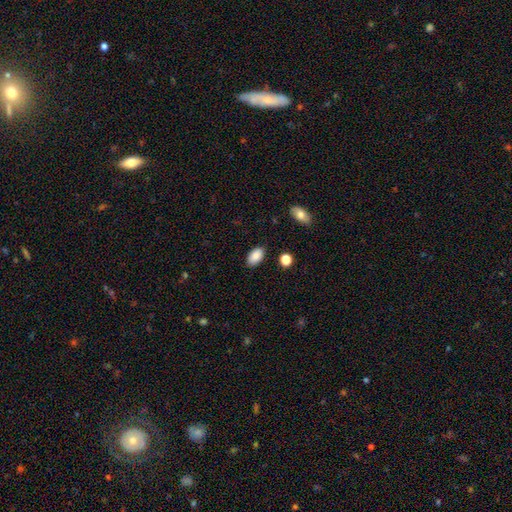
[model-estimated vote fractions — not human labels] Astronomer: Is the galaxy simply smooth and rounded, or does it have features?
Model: smooth — 88%.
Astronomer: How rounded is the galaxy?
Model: in between — 93%.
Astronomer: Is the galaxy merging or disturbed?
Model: none — 86%.